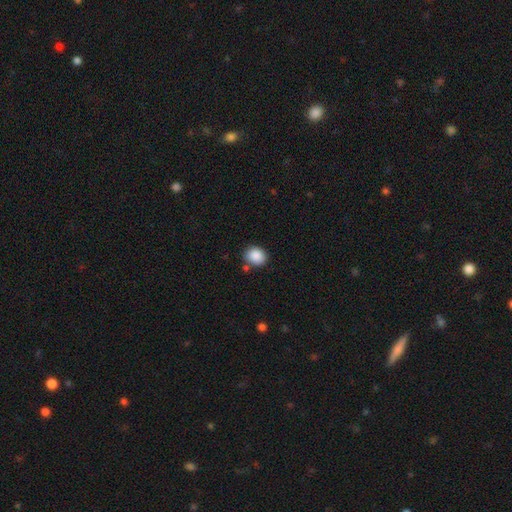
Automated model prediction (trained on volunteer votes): Smooth or featured: smooth — 88% (star or artifact — 8%)
How rounded: round — 62% (in between — 38%)
Merging: none — 77% (minor disturbance — 13%)